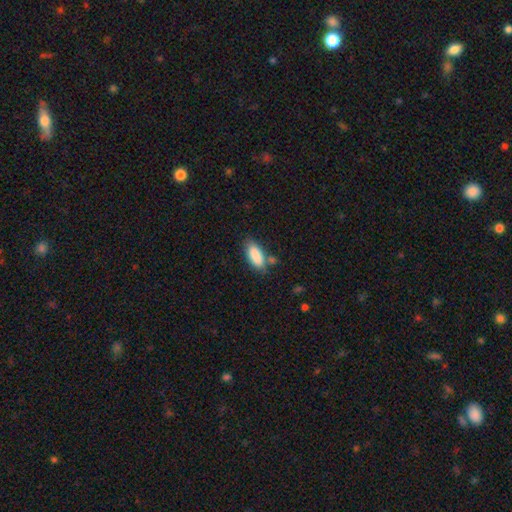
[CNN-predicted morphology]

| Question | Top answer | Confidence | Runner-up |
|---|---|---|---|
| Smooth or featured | smooth | 87% | star or artifact (7%) |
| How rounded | in between | 81% | cigar-shaped (17%) |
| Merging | none | 68% | minor disturbance (18%) |